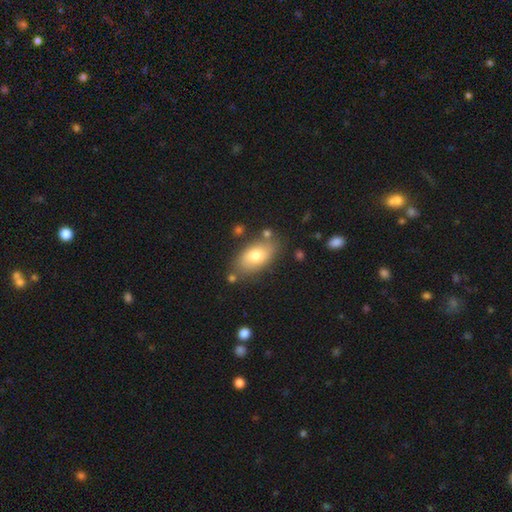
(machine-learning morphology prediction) type=smooth (74%); roundness=in between (91%); merging=none (75%).